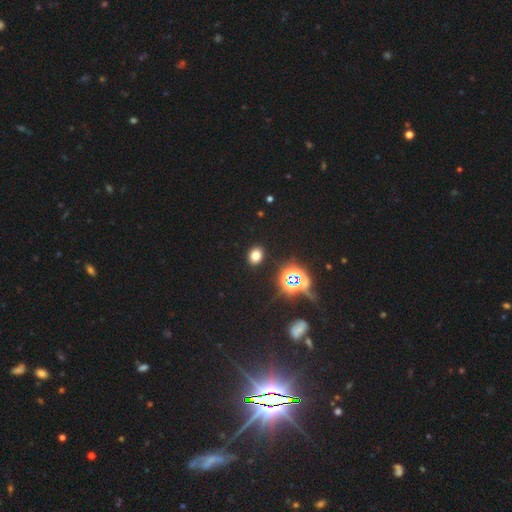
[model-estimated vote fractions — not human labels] The model was most divided on "how rounded": in between: 58%, round: 41%, cigar-shaped: 1%. More confident: merging — none (89%); smooth or featured — smooth (71%).